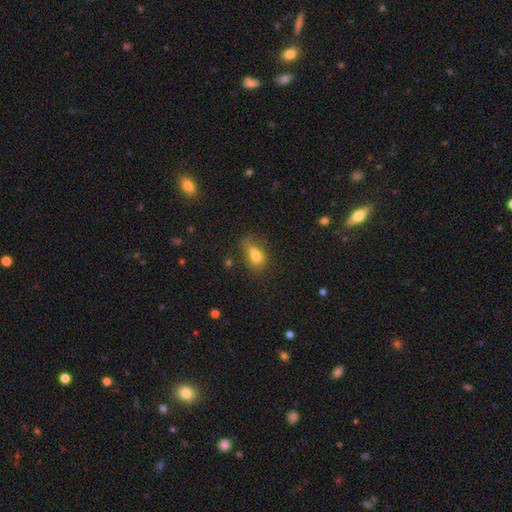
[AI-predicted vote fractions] Morphology: type=smooth (70%); roundness=in between (55%); merging=merger (47%).